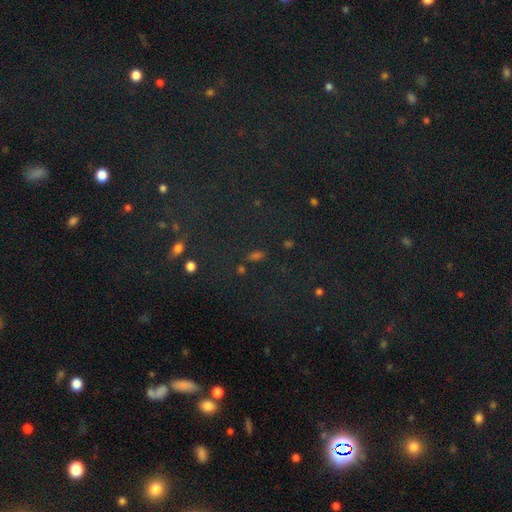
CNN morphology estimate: Q: Smooth or featured?
A: star or artifact (51%); runner-up: smooth (39%)